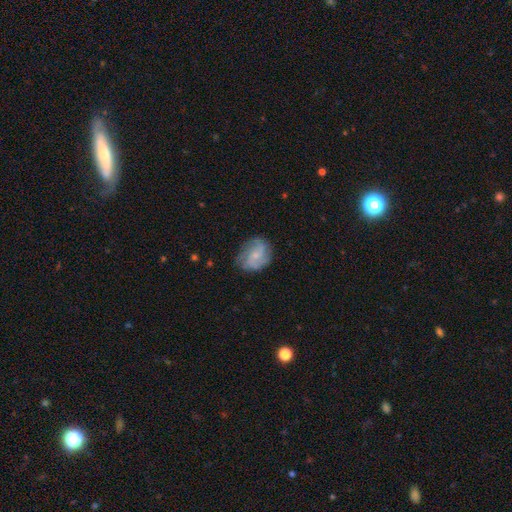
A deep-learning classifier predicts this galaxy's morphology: smooth-or-featured: featured or disk: 68% | smooth: 25% | star or artifact: 7%
  disk-edge-on: no: 98% | yes: 2%
    bar: no: 66% | weak: 29% | strong: 4%
    has-spiral-arms: yes: 93% | no: 7%
      spiral-winding: medium: 46% | tight: 34% | loose: 21%
      spiral-arm-count: 3: 37% | 2: 26% | can't tell: 19% | 4: 9% | 1: 5% | more than 4: 5%
    bulge-size: small: 63% | moderate: 24% | none: 10% | large: 1% | dominant: 1%
  merging: none: 70% | minor disturbance: 21% | major disturbance: 8% | merger: 1%